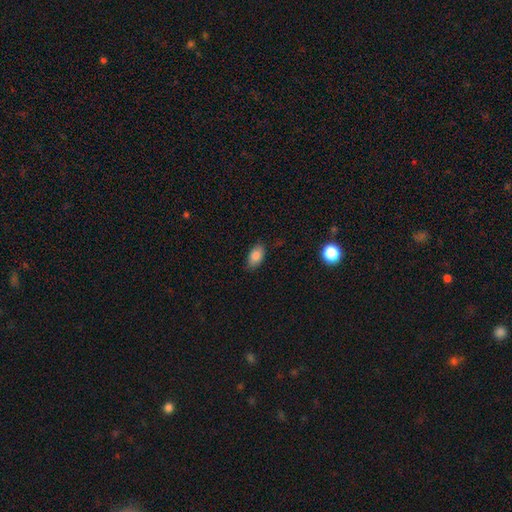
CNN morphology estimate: type=smooth (85%); roundness=in between (91%); merging=none (83%).